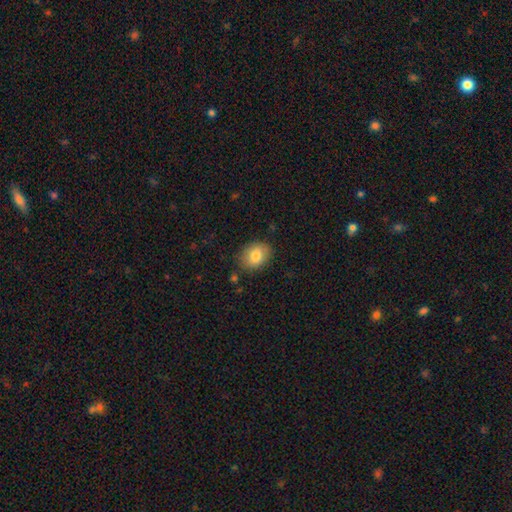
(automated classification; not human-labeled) A smooth galaxy with no disk features (82%) that is in between round and cigar-shaped (64%).

Vote fractions:
- Smooth or featured? smooth: 82% / featured or disk: 10% / star or artifact: 8%
- How rounded? in between: 64% / round: 35% / cigar-shaped: 1%
- Merging? none: 84% / minor disturbance: 12% / major disturbance: 3% / merger: 2%